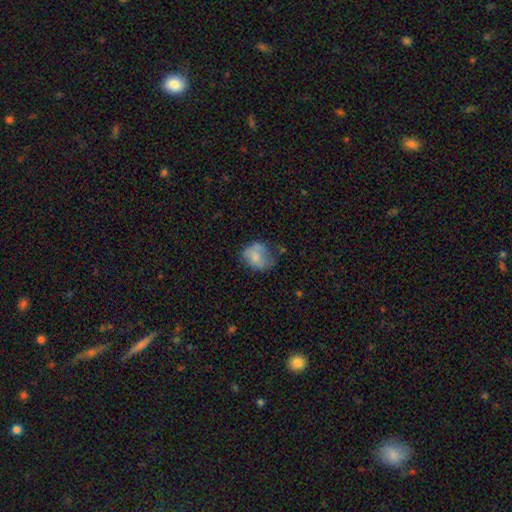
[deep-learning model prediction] This is likely a smooth galaxy (66%). How rounded: possibly round (56%). Merging: marginally none (40%).